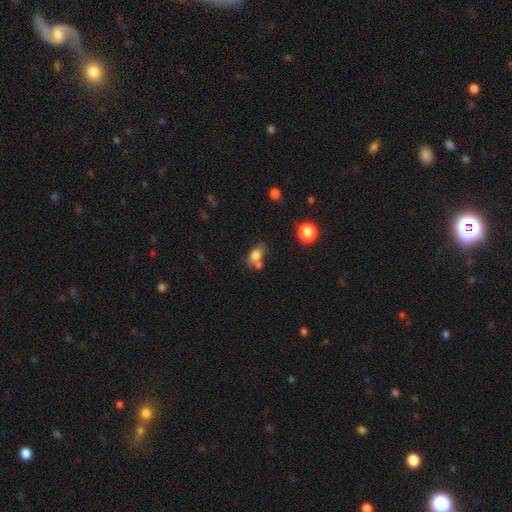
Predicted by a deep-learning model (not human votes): The model was most divided on "merging": none: 47%, merger: 31%, minor disturbance: 16%, major disturbance: 6%. More confident: smooth or featured — smooth (79%); how rounded — in between (75%).